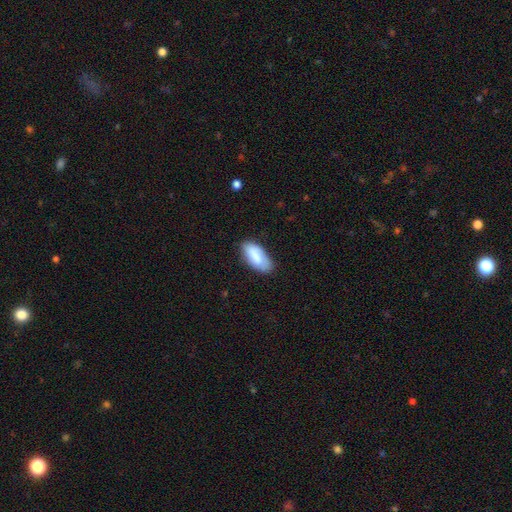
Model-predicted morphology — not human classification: smooth-or-featured: smooth: 81% | featured or disk: 13% | star or artifact: 6%
  how-rounded: in between: 91% | cigar-shaped: 7% | round: 2%
  merging: none: 74% | minor disturbance: 21% | major disturbance: 4% | merger: 2%